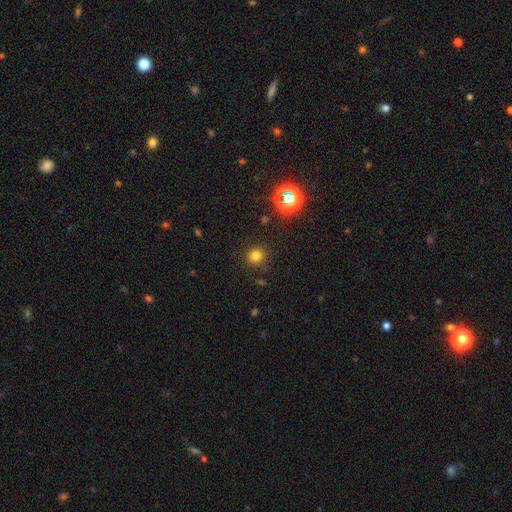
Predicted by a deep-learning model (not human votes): A smooth galaxy with no disk features (76%) that is round (90%).

Vote fractions:
- Smooth or featured? smooth: 76% / star or artifact: 19% / featured or disk: 5%
- How rounded? round: 90% / in between: 9% / cigar-shaped: 1%
- Merging? none: 86% / minor disturbance: 9% / major disturbance: 3% / merger: 2%